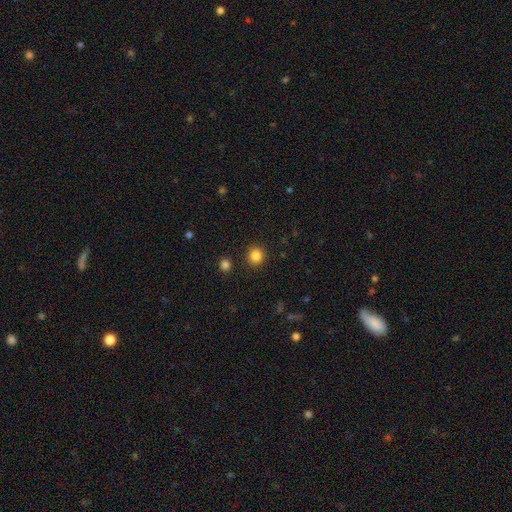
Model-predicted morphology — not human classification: Smooth or featured: smooth — 84% (star or artifact — 12%)
How rounded: round — 90% (in between — 9%)
Merging: none — 91% (minor disturbance — 5%)